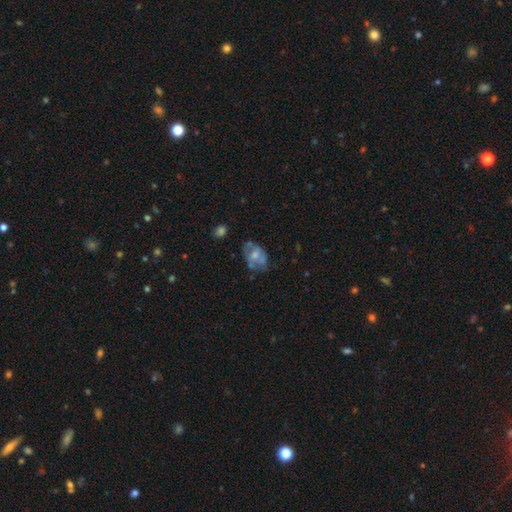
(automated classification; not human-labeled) Q: Smooth or featured?
A: featured or disk (50%); runner-up: smooth (42%)
Q: Merging?
A: none (47%); runner-up: minor disturbance (27%)